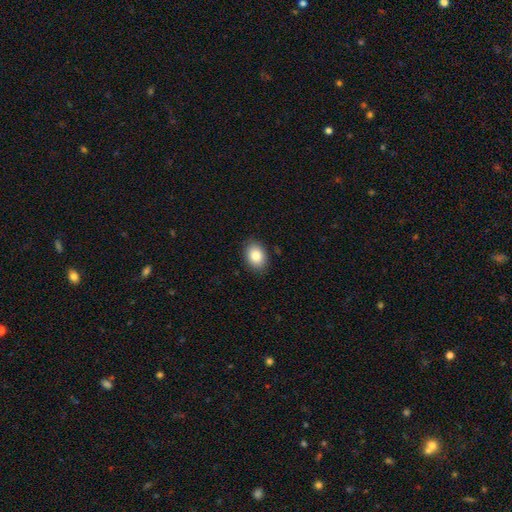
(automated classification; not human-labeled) The model was most divided on "how rounded": in between: 74%, round: 25%, cigar-shaped: 1%. More confident: merging — none (87%); smooth or featured — smooth (86%).